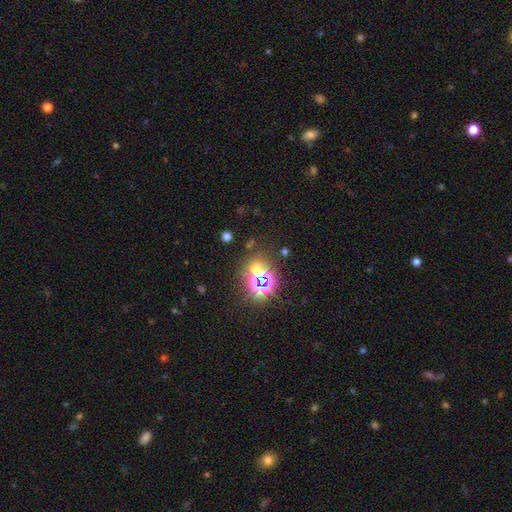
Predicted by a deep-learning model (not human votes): This is possibly a star or artifact rather than a galaxy (49%).